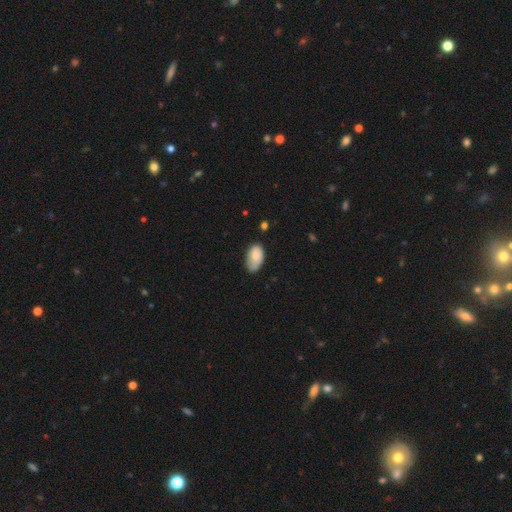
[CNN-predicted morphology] smooth-or-featured: smooth: 77% | featured or disk: 16% | star or artifact: 6%
  how-rounded: in between: 94% | round: 5% | cigar-shaped: 1%
  merging: none: 56% | minor disturbance: 34% | major disturbance: 7% | merger: 2%